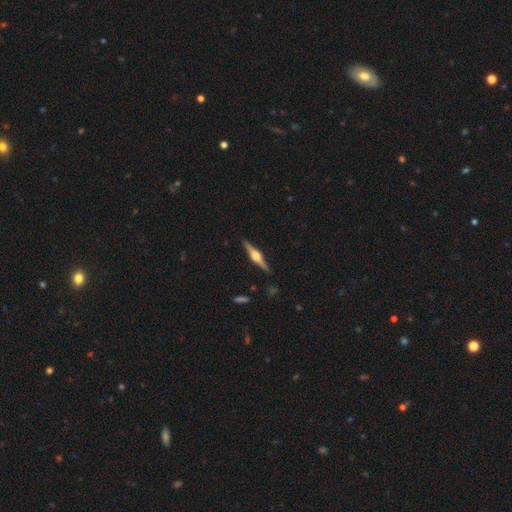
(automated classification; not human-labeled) smooth_or_featured: featured or disk (p=0.82) [alt: smooth p=0.13]
disk_edge_on: yes (p=0.98) [alt: no p=0.02]
edge_on_bulge: rounded (p=0.90) [alt: boxy p=0.09]
merging: none (p=0.90) [alt: minor disturbance p=0.07]